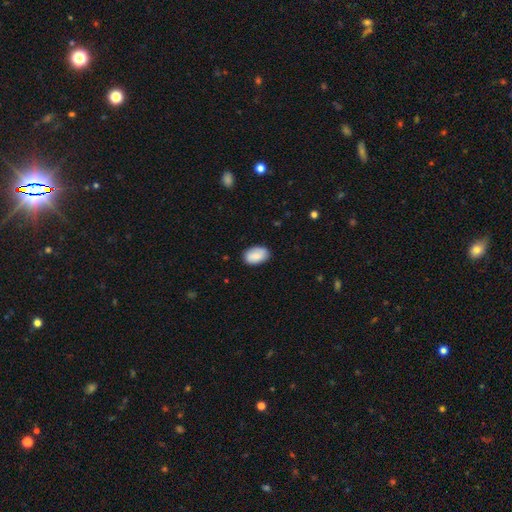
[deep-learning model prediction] Morphology: type=smooth (87%); roundness=in between (90%); merging=none (81%).